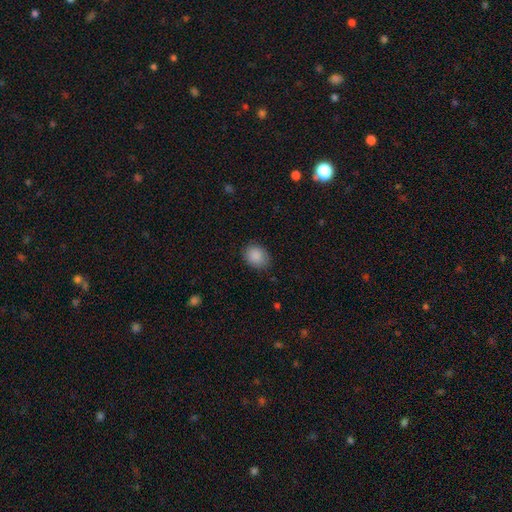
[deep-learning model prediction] The model was most divided on "how rounded": round: 52%, in between: 47%, cigar-shaped: 1%. More confident: smooth or featured — smooth (88%); merging — none (82%).